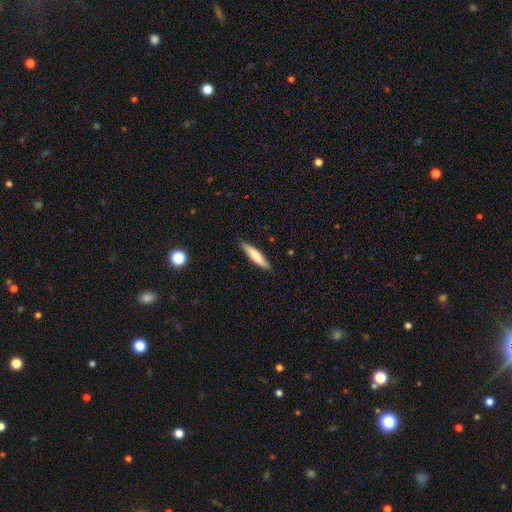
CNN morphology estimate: This is likely a smooth galaxy (71%). How rounded: clearly cigar-shaped (86%). Merging: clearly none (85%).